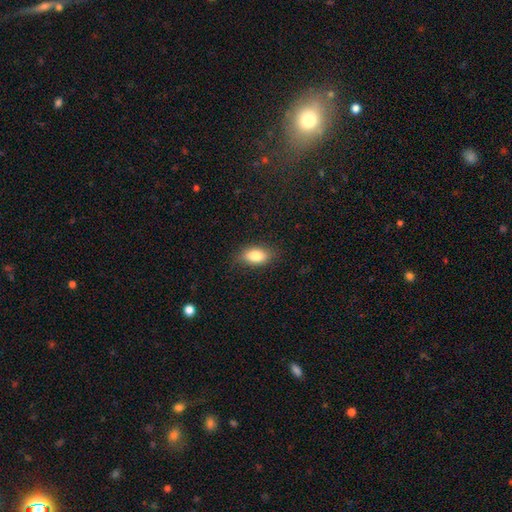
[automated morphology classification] smooth_or_featured: smooth (p=0.81) [alt: featured or disk p=0.11]
how_rounded: in between (p=0.88) [alt: round p=0.08]
merging: none (p=0.82) [alt: minor disturbance p=0.14]